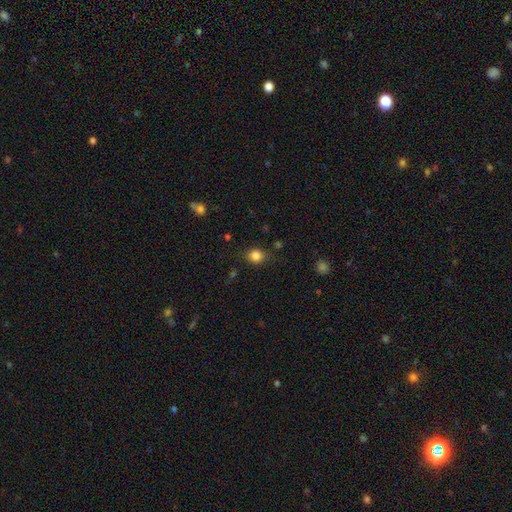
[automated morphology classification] smooth_or_featured: smooth (p=0.83) [alt: star or artifact p=0.11]
how_rounded: round (p=0.70) [alt: in between p=0.29]
merging: none (p=0.78) [alt: minor disturbance p=0.15]